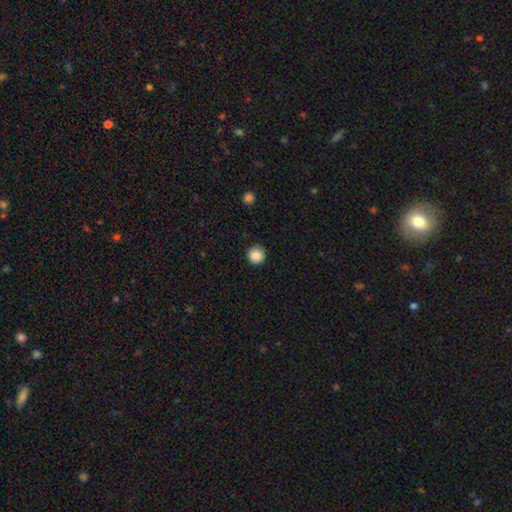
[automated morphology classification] Smooth or featured: smooth — 87% (star or artifact — 9%)
How rounded: round — 96% (in between — 3%)
Merging: none — 92% (minor disturbance — 5%)